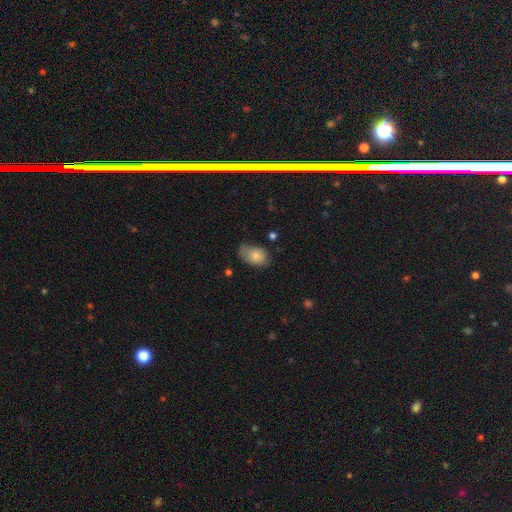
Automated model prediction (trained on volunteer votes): smooth-or-featured: smooth: 79% | featured or disk: 13% | star or artifact: 8%
  how-rounded: in between: 84% | round: 15% | cigar-shaped: 1%
  merging: none: 50% | minor disturbance: 37% | major disturbance: 11% | merger: 2%